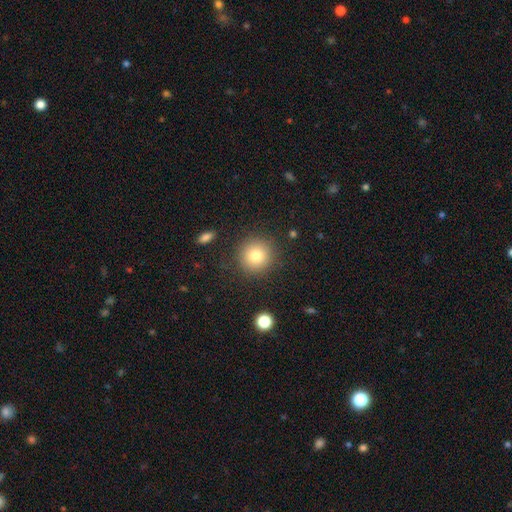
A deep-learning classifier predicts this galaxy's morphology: Smooth or featured? Predicted: smooth (p=0.80). How rounded? Predicted: round (p=0.93). Merging? Predicted: none (p=0.88).